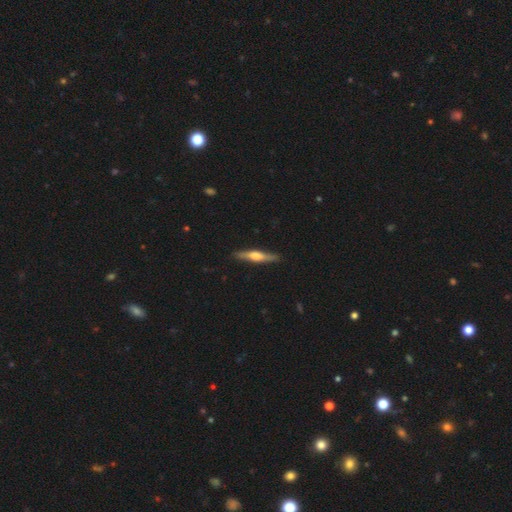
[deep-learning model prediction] Smooth or featured? featured or disk (57%)
Edge-on disk? yes (95%)
Edge-on bulge? rounded (82%)
Merging? none (89%)